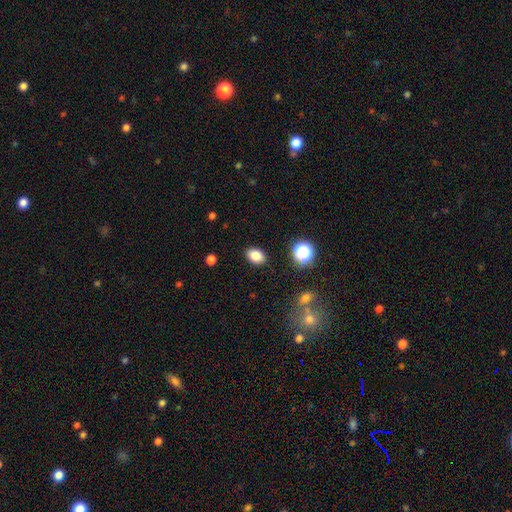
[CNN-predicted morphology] A smooth galaxy with no disk features (84%) that is in between round and cigar-shaped (79%).

Vote fractions:
- Smooth or featured? smooth: 84% / star or artifact: 11% / featured or disk: 6%
- How rounded? in between: 79% / round: 20% / cigar-shaped: 1%
- Merging? none: 88% / minor disturbance: 8% / major disturbance: 2% / merger: 2%